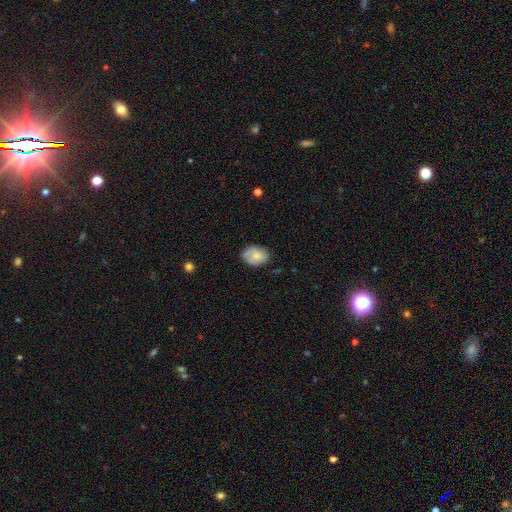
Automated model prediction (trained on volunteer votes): smooth_or_featured: smooth (p=0.77) [alt: featured or disk p=0.16]
how_rounded: in between (p=0.76) [alt: round p=0.23]
merging: none (p=0.72) [alt: minor disturbance p=0.22]